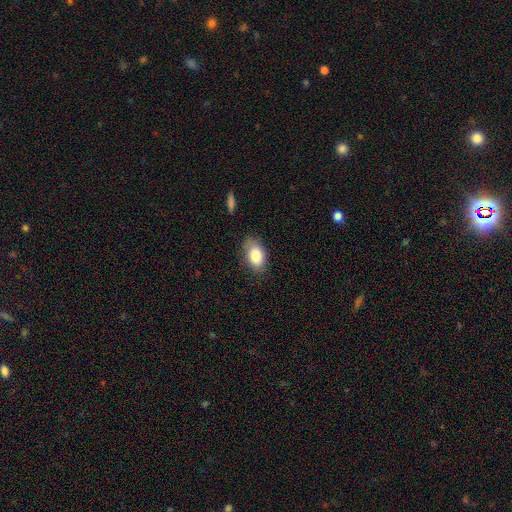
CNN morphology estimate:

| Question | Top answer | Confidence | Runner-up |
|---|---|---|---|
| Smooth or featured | smooth | 82% | featured or disk (11%) |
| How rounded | in between | 90% | round (8%) |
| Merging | none | 74% | minor disturbance (20%) |